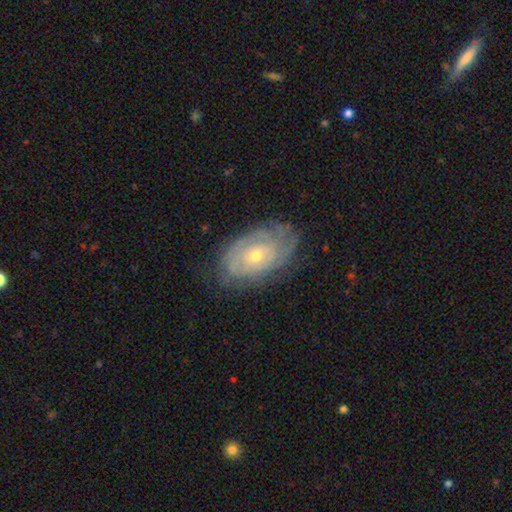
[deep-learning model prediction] A featured or disk galaxy (77%) with no bar (82%), tight (76%) spiral arms (87%) and a small central bulge (62%). Merging: none (72%).